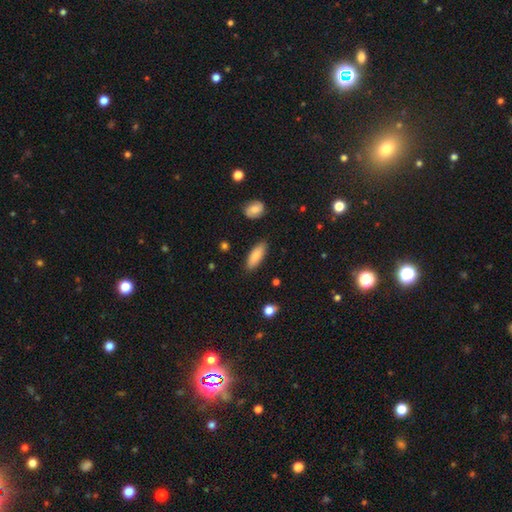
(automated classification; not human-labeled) Smooth or featured? Predicted: smooth (p=0.83). How rounded? Predicted: in between (p=0.64). Merging? Predicted: none (p=0.86).